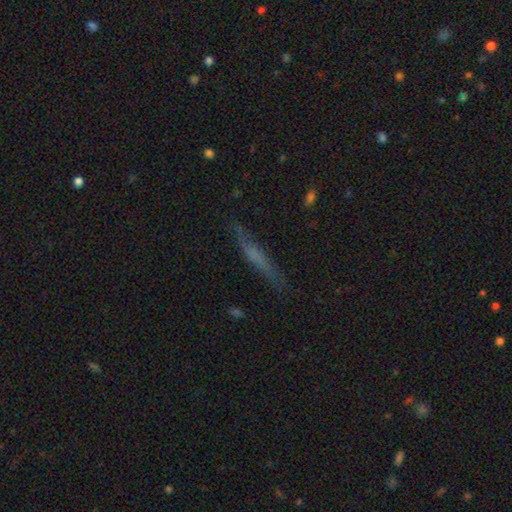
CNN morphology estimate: This appears to be a featured or disk galaxy (45%, tied with smooth). Merging: none (80%).